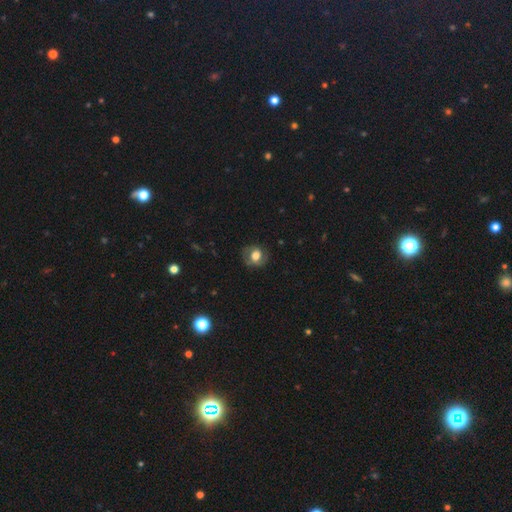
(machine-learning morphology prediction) This is possibly a smooth galaxy (59%). How rounded: likely round (67%). Merging: likely none (77%).